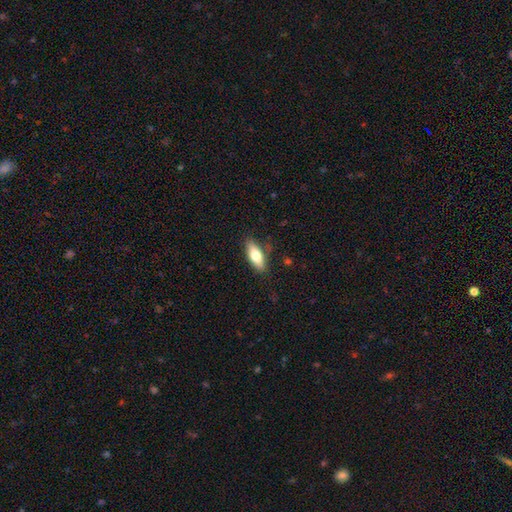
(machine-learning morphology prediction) The model was most divided on "how rounded": in between: 68%, cigar-shaped: 29%, round: 3%. More confident: merging — none (80%); smooth or featured — smooth (69%).